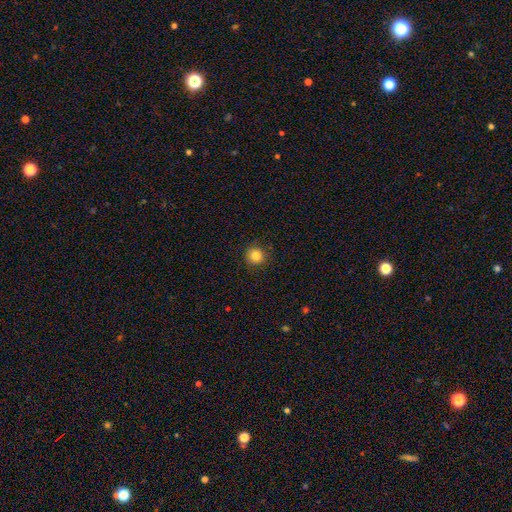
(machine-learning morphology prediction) Overall: smooth (84%). How rounded: round (93%). Merging: none (90%).